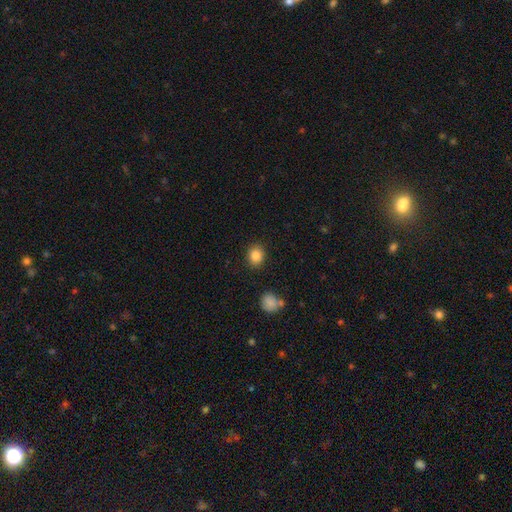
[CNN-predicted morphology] Smooth or featured?
  - smooth: 85% *
  - star or artifact: 10%
  - featured or disk: 5%
How rounded?
  - round: 73% *
  - in between: 26%
  - cigar-shaped: 1%
Merging?
  - none: 88% *
  - minor disturbance: 8%
  - major disturbance: 2%
  - merger: 2%